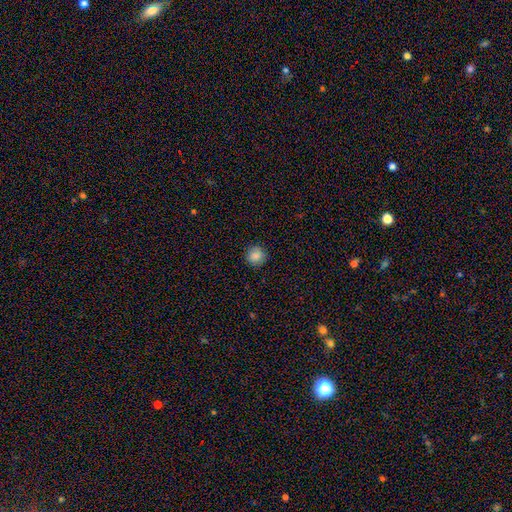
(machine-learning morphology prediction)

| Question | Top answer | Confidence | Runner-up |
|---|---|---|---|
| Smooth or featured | smooth | 85% | star or artifact (10%) |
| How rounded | round | 93% | in between (6%) |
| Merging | none | 89% | minor disturbance (8%) |